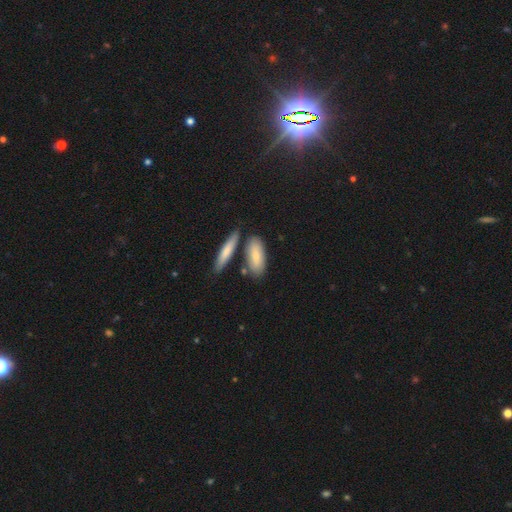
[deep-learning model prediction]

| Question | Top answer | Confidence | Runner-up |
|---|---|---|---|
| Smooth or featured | smooth | 76% | featured or disk (19%) |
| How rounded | in between | 73% | cigar-shaped (23%) |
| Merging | none | 68% | merger (15%) |